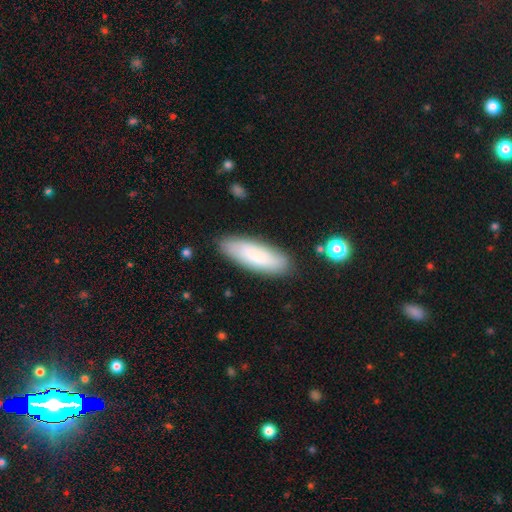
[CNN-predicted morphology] Smooth or featured? Predicted: smooth (p=0.82). How rounded? Predicted: in between (p=0.57). Merging? Predicted: none (p=0.85).